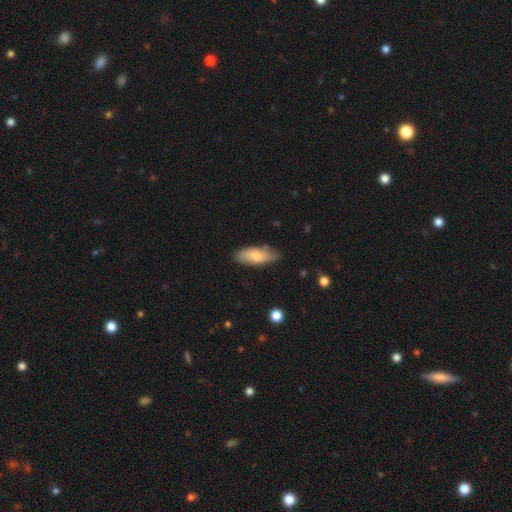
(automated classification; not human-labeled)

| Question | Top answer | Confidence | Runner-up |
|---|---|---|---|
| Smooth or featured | smooth | 73% | featured or disk (21%) |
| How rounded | in between | 77% | cigar-shaped (21%) |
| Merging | none | 75% | minor disturbance (20%) |